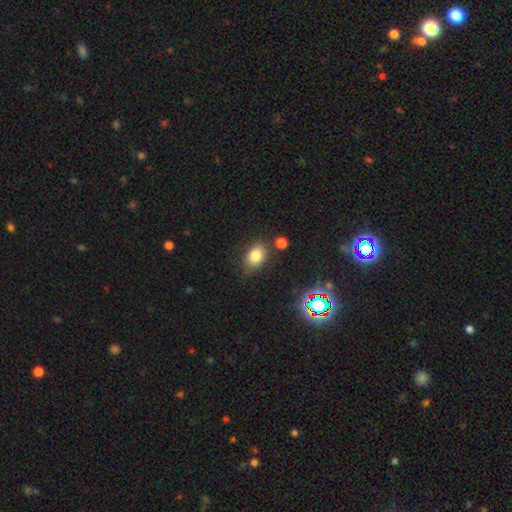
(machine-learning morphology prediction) Smooth or featured? Predicted: smooth (p=0.78). How rounded? Predicted: in between (p=0.81). Merging? Predicted: none (p=0.74).